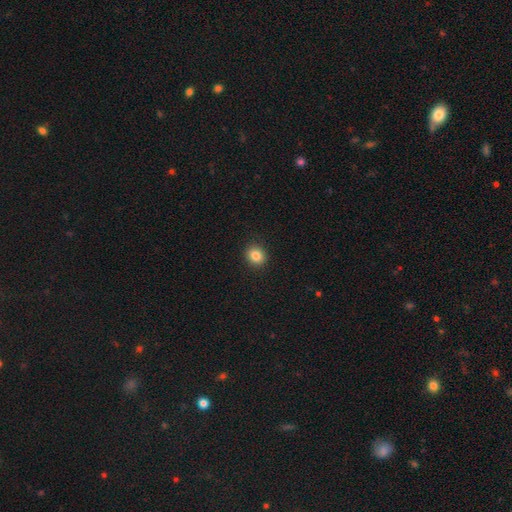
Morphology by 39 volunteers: Smooth or featured? 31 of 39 (79%) said smooth. How rounded? 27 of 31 (87%) said round. Merging? 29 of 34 (85%) said none.